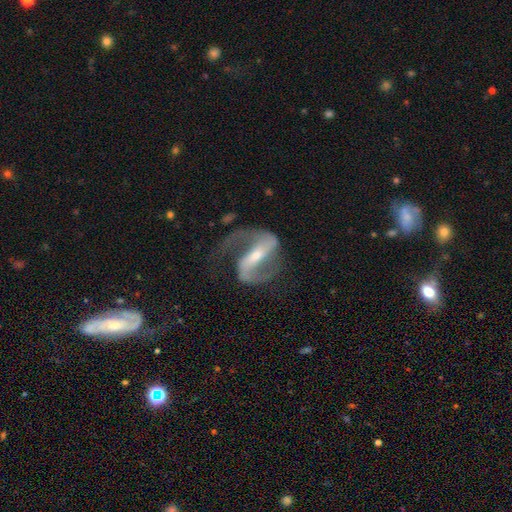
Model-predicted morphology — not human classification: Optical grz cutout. It shows a featured or disk galaxy (90%) with a strong bar (65%), 2 (89%) medium (47%) spiral arms (96%) and a small central bulge (58%). Merging: none (63%).